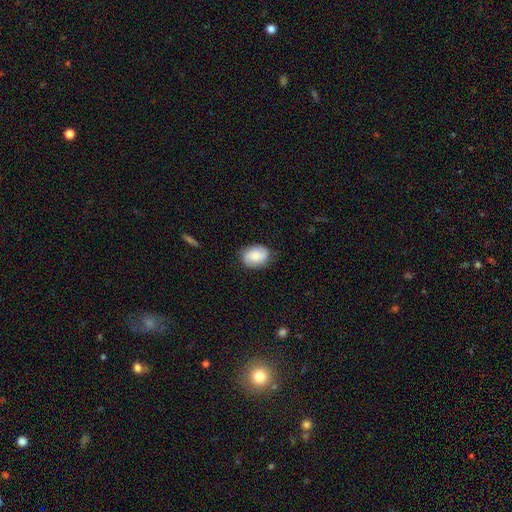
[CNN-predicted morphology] Smooth or featured?
  - smooth: 73% *
  - featured or disk: 19%
  - star or artifact: 8%
How rounded?
  - in between: 71% *
  - round: 28%
  - cigar-shaped: 1%
Merging?
  - none: 77% *
  - minor disturbance: 18%
  - major disturbance: 4%
  - merger: 1%